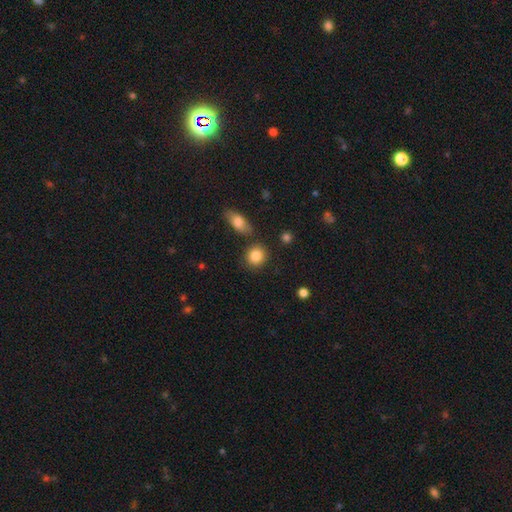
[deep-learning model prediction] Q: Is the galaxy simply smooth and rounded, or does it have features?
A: smooth — 86%.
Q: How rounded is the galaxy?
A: round — 81%.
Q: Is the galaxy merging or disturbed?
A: none — 81%.